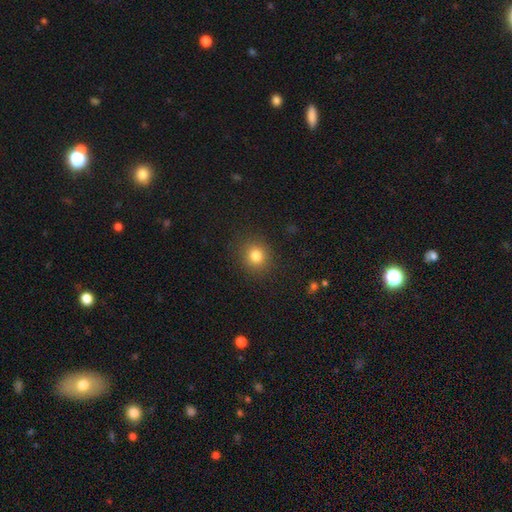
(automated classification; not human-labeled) smooth 81%, star or artifact 13%, featured or disk 6%. Down the decision tree: how rounded — round (85%); merging — none (89%).